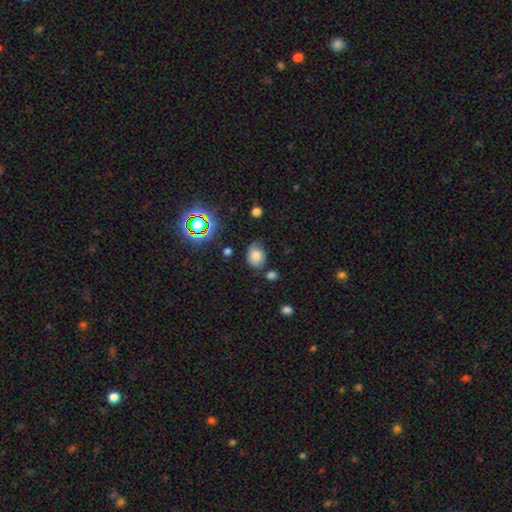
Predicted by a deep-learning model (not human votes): smooth 74%, star or artifact 14%, featured or disk 12%. Down the decision tree: how rounded — in between (60%); merging — none (64%).